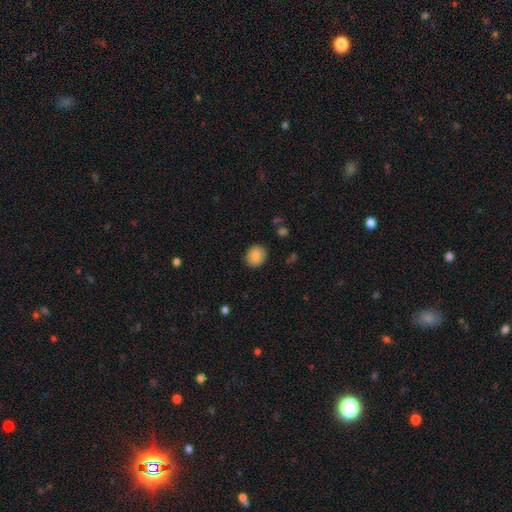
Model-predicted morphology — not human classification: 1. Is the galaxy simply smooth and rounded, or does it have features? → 84% smooth, 8% featured or disk, 8% star or artifact.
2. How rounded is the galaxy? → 76% round, 23% in between, 1% cigar-shaped.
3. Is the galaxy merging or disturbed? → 89% none, 8% minor disturbance, 2% major disturbance, 1% merger.